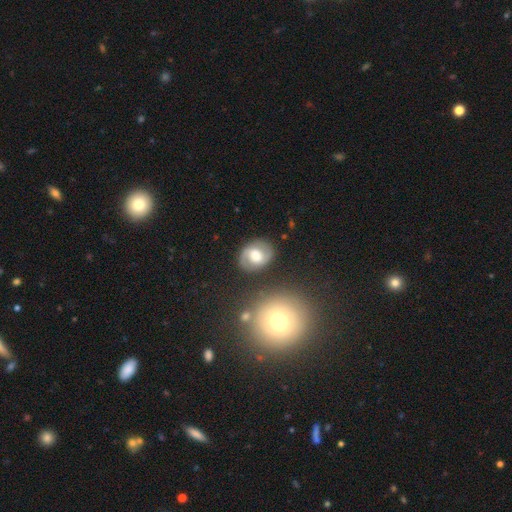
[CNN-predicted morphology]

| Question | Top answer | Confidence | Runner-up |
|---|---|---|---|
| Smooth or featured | featured or disk | 60% | smooth (33%) |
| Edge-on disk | no | 97% | yes (3%) |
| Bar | no | 49% | weak (41%) |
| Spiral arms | yes | 80% | no (20%) |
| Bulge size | large | 45% | moderate (41%) |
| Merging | none | 76% | minor disturbance (15%) |